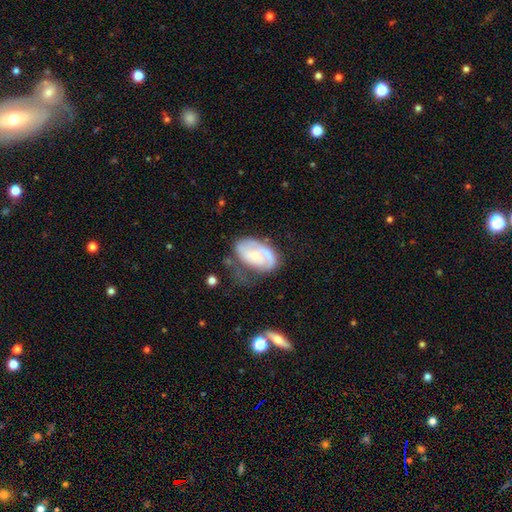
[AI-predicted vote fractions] This appears to be a featured or disk galaxy (64%) with no bar (71%), spiral arms (68%) and a small central bulge (63%). Merging: none (34%).